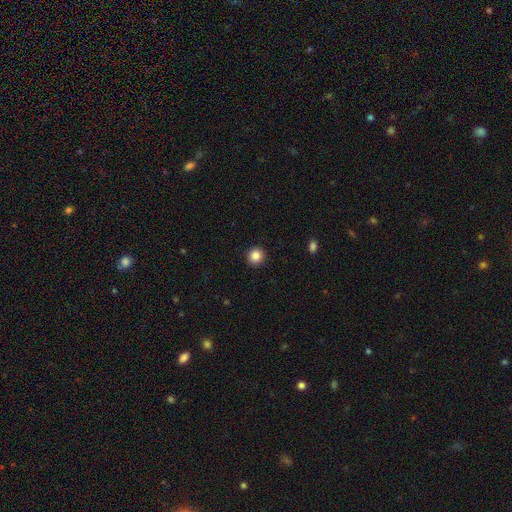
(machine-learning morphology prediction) Smooth or featured?
  - smooth: 86% *
  - star or artifact: 10%
  - featured or disk: 4%
How rounded?
  - round: 94% *
  - in between: 5%
  - cigar-shaped: 1%
Merging?
  - none: 93% *
  - minor disturbance: 5%
  - major disturbance: 2%
  - merger: 1%